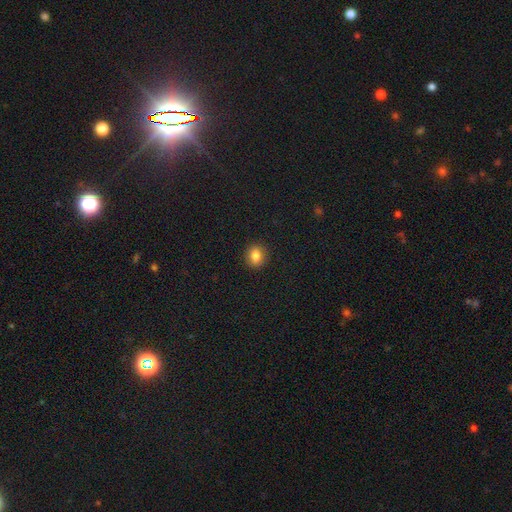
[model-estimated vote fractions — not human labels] Smooth or featured: smooth — 82% (star or artifact — 11%)
How rounded: round — 65% (in between — 33%)
Merging: none — 91% (minor disturbance — 7%)